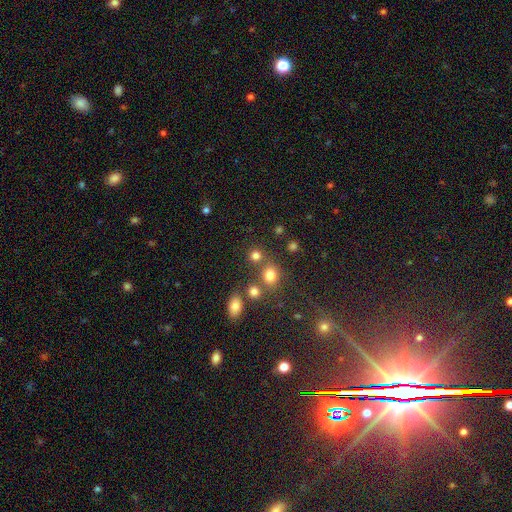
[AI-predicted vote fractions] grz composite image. It shows a smooth galaxy with no disk features (77%) that is round (84%). Merging: none (67%).